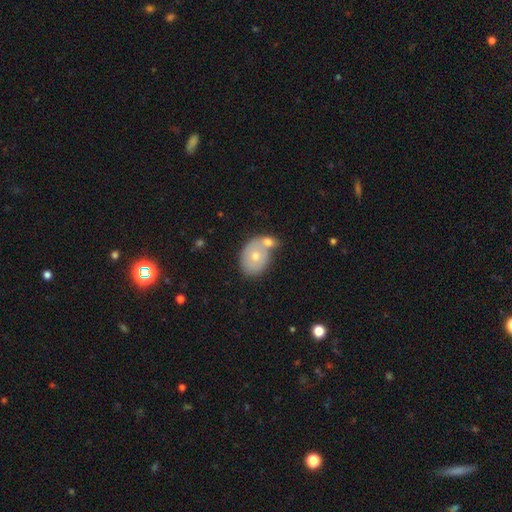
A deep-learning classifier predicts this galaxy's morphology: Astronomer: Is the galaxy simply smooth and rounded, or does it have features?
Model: smooth — 65%.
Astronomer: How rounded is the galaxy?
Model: in between — 63%.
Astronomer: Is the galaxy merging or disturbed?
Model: merger — 47% (runner-up: none, 36%).